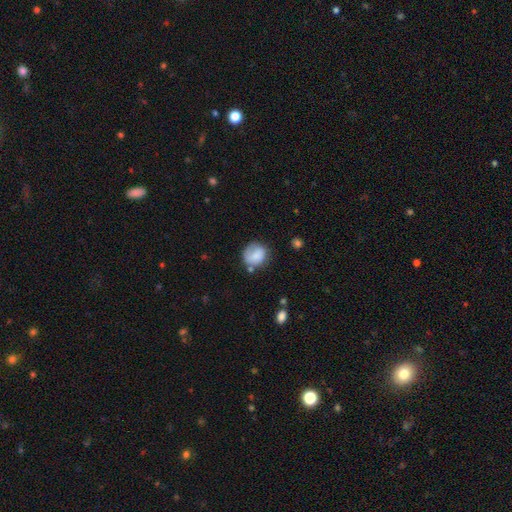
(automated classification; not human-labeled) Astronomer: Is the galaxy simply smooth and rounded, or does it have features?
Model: smooth — 77%.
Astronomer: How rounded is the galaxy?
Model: round — 79%.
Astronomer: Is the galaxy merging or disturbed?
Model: none — 60%.